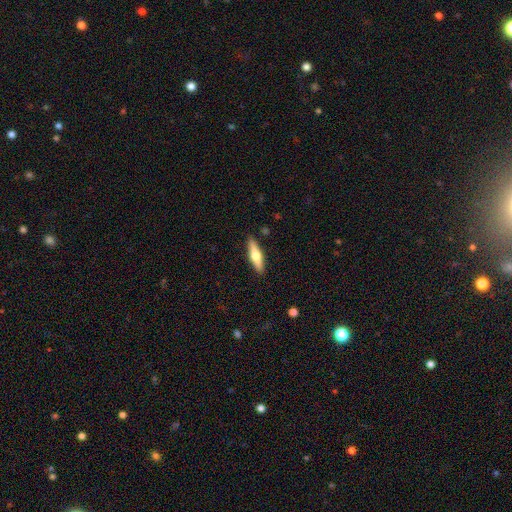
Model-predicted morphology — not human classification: smooth_or_featured: featured or disk (p=0.52) [alt: smooth p=0.43]
disk_edge_on: yes (p=0.94) [alt: no p=0.06]
merging: none (p=0.90) [alt: minor disturbance p=0.07]